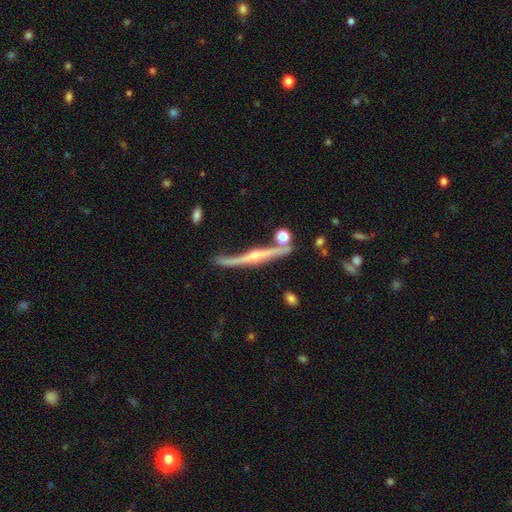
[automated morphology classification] This appears to be a featured or disk galaxy (81%) viewed edge-on (90%) with a rounded central bulge (80%). Merging: none (61%).